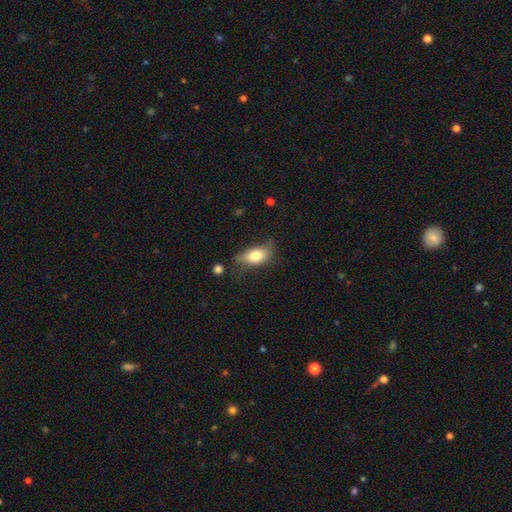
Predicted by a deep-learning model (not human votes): Morphology: type=smooth (72%); roundness=in between (85%); merging=none (46%).